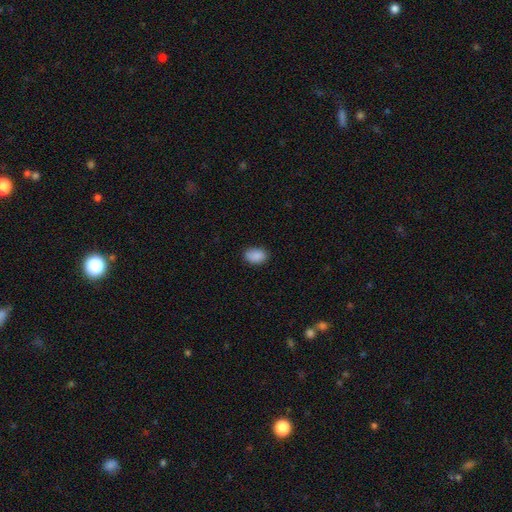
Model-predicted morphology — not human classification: smooth 88%, star or artifact 8%, featured or disk 3%. Down the decision tree: how rounded — in between (82%); merging — none (81%).